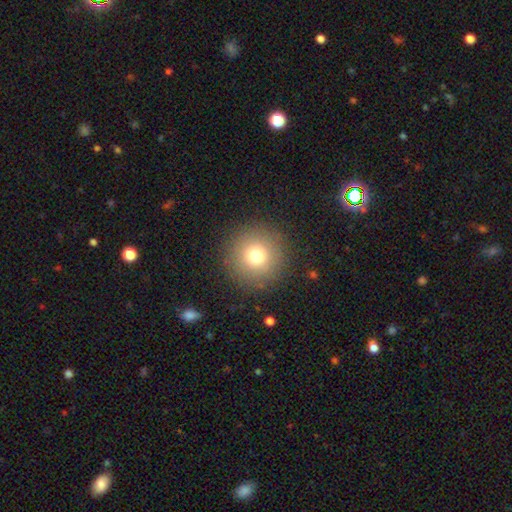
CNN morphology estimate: Smooth or featured?
  - smooth: 75% *
  - star or artifact: 14%
  - featured or disk: 11%
How rounded?
  - round: 96% *
  - in between: 3%
  - cigar-shaped: 1%
Merging?
  - none: 90% *
  - minor disturbance: 6%
  - major disturbance: 3%
  - merger: 1%